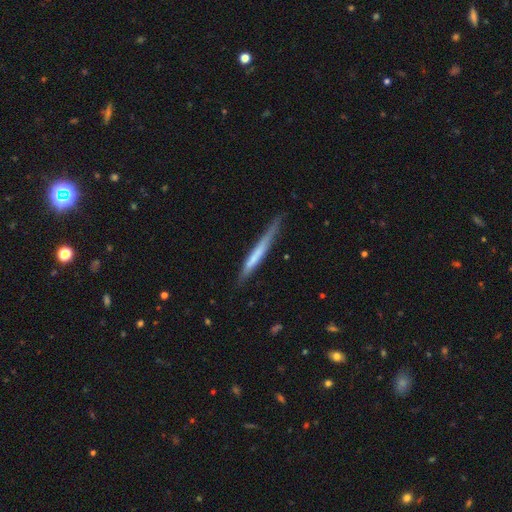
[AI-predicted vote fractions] Smooth or featured: smooth — 51% (featured or disk — 44%)
How rounded: cigar-shaped — 97% (in between — 2%)
Merging: none — 76% (minor disturbance — 19%)